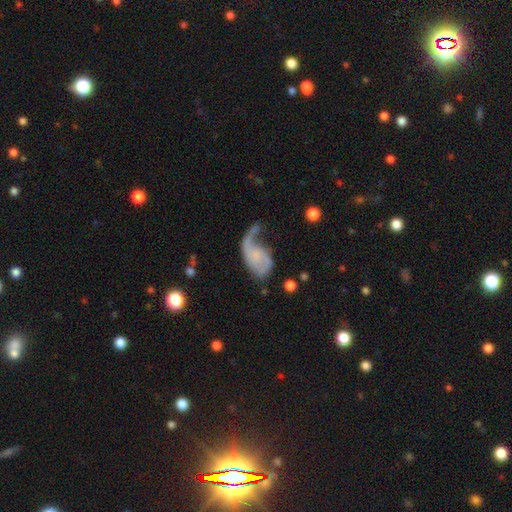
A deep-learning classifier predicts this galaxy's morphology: smooth_or_featured: featured or disk (p=0.68) [alt: smooth p=0.24]
disk_edge_on: no (p=0.97) [alt: yes p=0.03]
bar: no (p=0.74) [alt: weak p=0.22]
has_spiral_arms: yes (p=0.85) [alt: no p=0.15]
spiral_winding: loose (p=0.70) [alt: medium p=0.22]
spiral_arm_count: 1 (p=0.52) [alt: 2 p=0.40]
bulge_size: none (p=0.44) [alt: small p=0.43]
merging: major disturbance (p=0.45) [alt: none p=0.26]